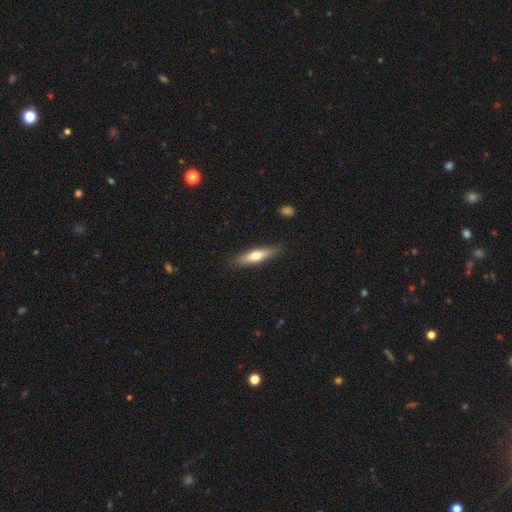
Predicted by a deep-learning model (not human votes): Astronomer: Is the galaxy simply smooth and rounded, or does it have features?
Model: smooth — 61%.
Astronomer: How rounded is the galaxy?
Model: cigar-shaped — 72%.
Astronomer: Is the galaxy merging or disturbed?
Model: none — 87%.